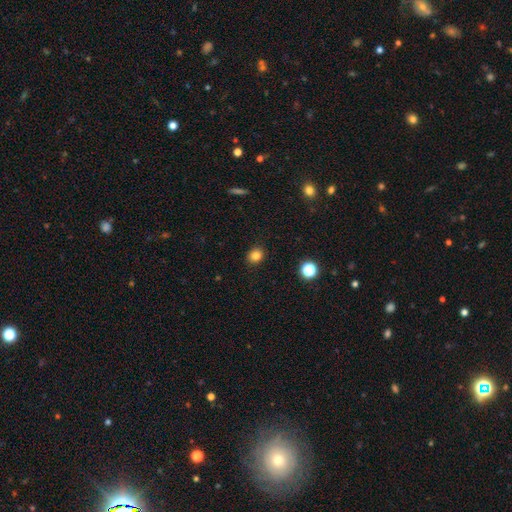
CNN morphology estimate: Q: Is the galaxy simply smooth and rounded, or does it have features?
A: smooth — 82%.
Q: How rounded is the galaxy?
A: round — 70%.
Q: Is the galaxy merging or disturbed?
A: none — 89%.